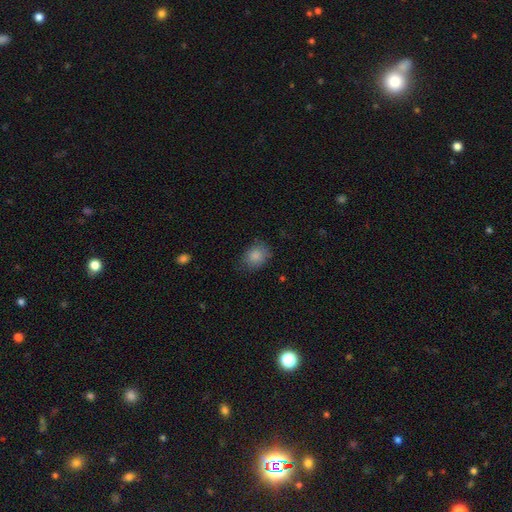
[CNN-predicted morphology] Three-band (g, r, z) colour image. It shows a smooth galaxy with no disk features (85%) that is in between round and cigar-shaped (56%). Merging: none (72%).